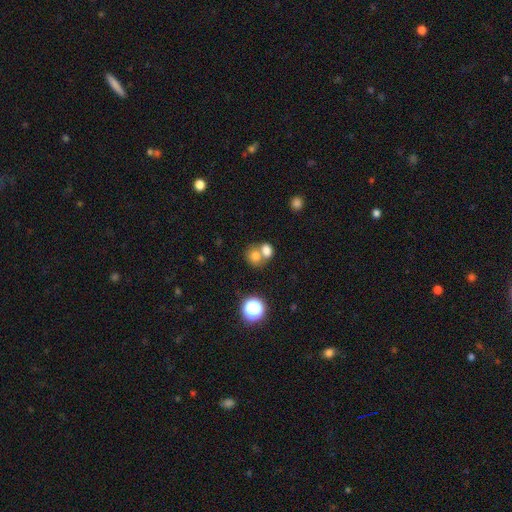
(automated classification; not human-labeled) Smooth or featured?
  - smooth: 75% *
  - star or artifact: 13%
  - featured or disk: 12%
How rounded?
  - round: 65% *
  - in between: 34%
  - cigar-shaped: 1%
Merging?
  - merger: 54% *
  - none: 36%
  - minor disturbance: 7%
  - major disturbance: 3%